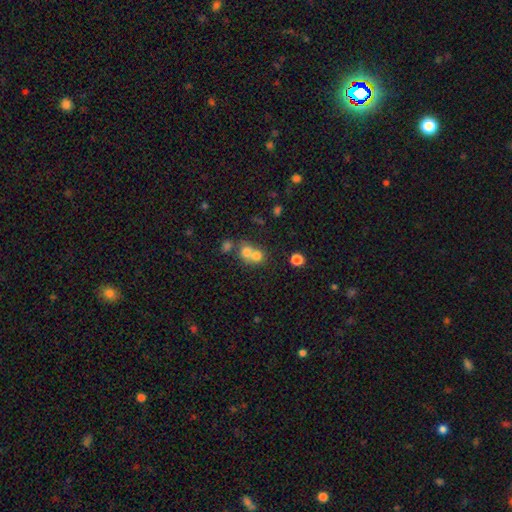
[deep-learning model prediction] The model was most divided on "merging": merger: 64%, none: 28%, minor disturbance: 5%, major disturbance: 3%. More confident: how rounded — round (76%); smooth or featured — smooth (71%).